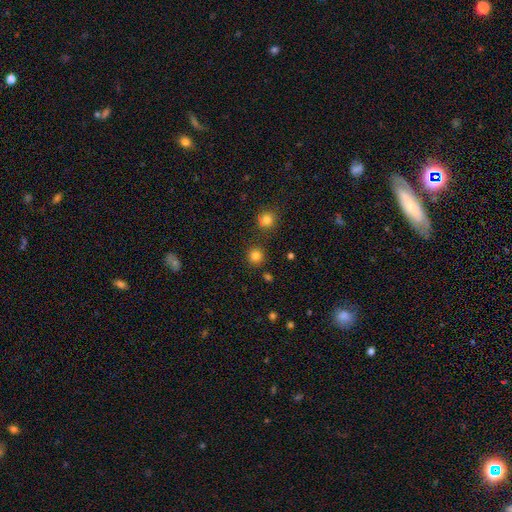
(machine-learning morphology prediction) type=smooth (82%); roundness=round (94%); merging=none (87%).